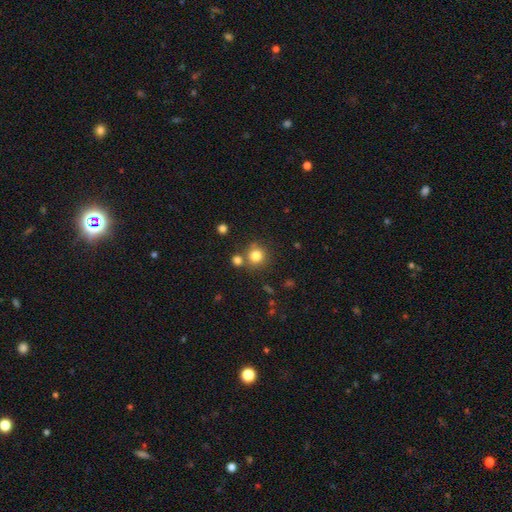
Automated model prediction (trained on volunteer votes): Smooth or featured? smooth (80%)
How rounded? round (91%)
Merging? none (71%)